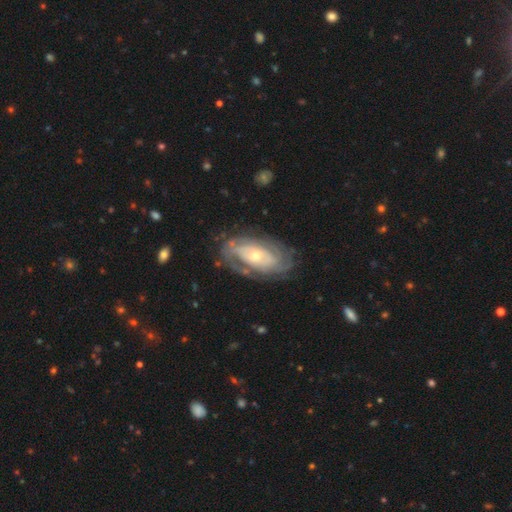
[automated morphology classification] Q: Smooth or featured?
A: featured or disk (82%); runner-up: smooth (13%)
Q: Edge-on disk?
A: no (94%); runner-up: yes (6%)
Q: Bar?
A: no (73%); runner-up: weak (20%)
Q: Spiral arms?
A: yes (88%); runner-up: no (12%)
Q: Spiral winding?
A: tight (69%); runner-up: medium (23%)
Q: Spiral arm count?
A: can't tell (48%); runner-up: 2 (24%)
Q: Bulge size?
A: small (51%); runner-up: moderate (43%)
Q: Merging?
A: none (73%); runner-up: minor disturbance (17%)